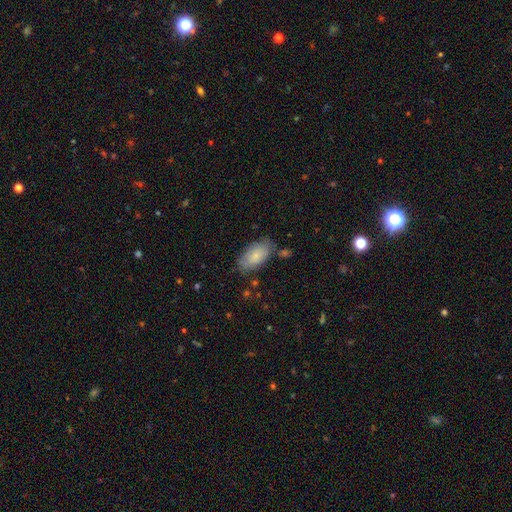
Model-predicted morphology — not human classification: A smooth galaxy with no disk features (80%) that is in between round and cigar-shaped (94%). Merging: none (73%).